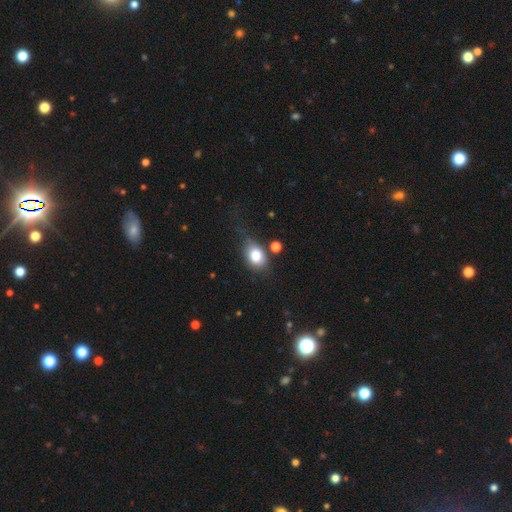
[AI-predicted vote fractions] Smooth or featured?
  - smooth: 79% *
  - featured or disk: 11%
  - star or artifact: 9%
How rounded?
  - in between: 66% *
  - round: 32%
  - cigar-shaped: 2%
Merging?
  - none: 50% *
  - minor disturbance: 28%
  - major disturbance: 13%
  - merger: 8%